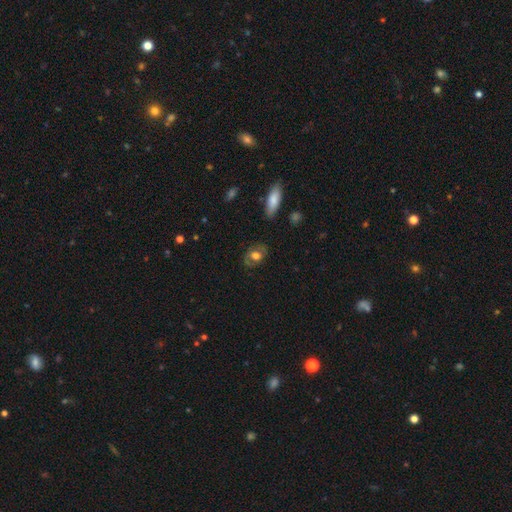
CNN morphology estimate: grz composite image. It shows a smooth galaxy with no disk features (49%). Merging: none (77%).